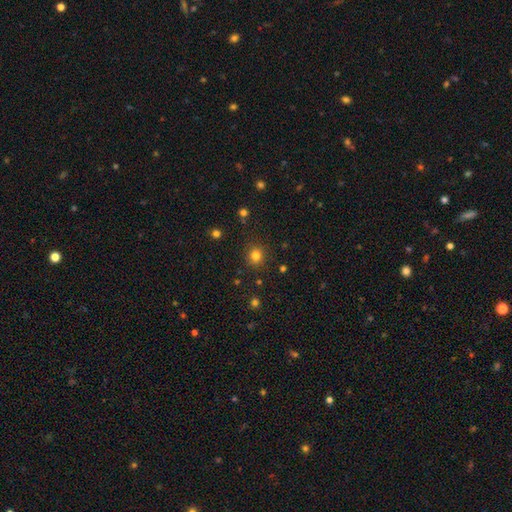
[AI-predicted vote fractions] The model was most divided on "smooth or featured": smooth: 80%, star or artifact: 15%, featured or disk: 5%. More confident: how rounded — round (91%); merging — none (89%).